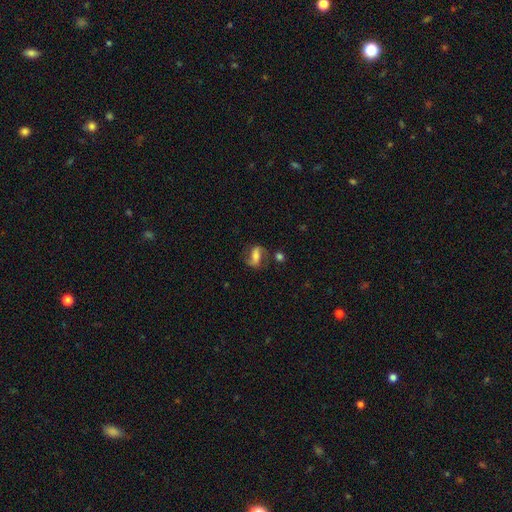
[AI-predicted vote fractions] The model was most divided on "bar": strong: 42%, weak: 34%, no: 24%. Remaining: edge-on disk — no (95%); spiral arms — yes (90%); spiral arm count — 2 (88%); smooth or featured — featured or disk (67%); merging — none (63%); spiral winding — loose (47%); bulge size — moderate (41%).